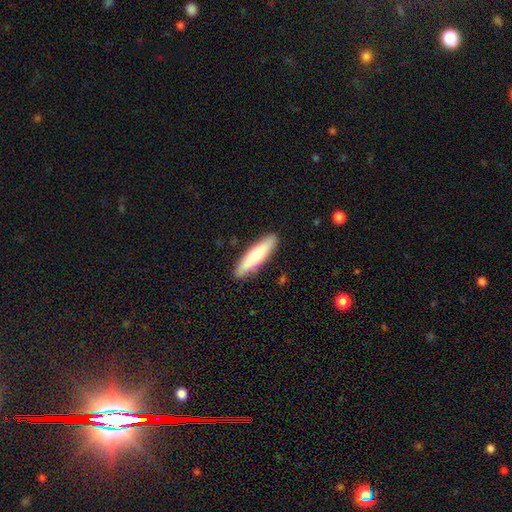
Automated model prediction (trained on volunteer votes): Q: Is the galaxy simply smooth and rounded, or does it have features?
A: smooth — 68%.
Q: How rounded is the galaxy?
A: cigar-shaped — 73%.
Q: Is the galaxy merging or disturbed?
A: none — 88%.